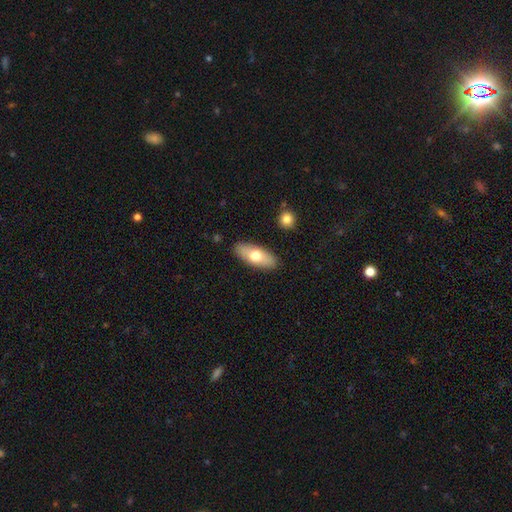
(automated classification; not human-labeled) smooth 67%, featured or disk 27%, star or artifact 6%. Down the decision tree: how rounded — in between (79%); merging — none (88%).